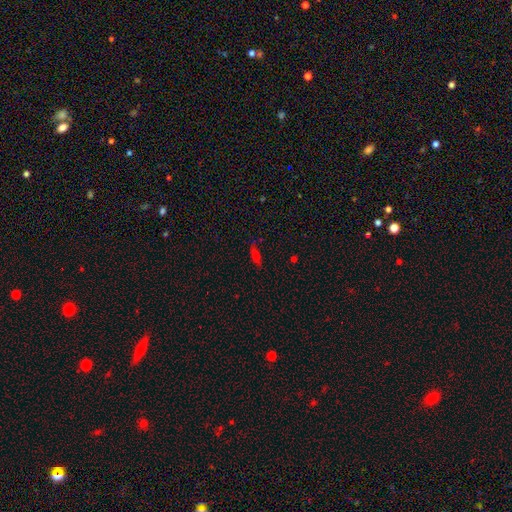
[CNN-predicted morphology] Overall: smooth (60%; featured or disk 23%). How rounded: in between (50%; cigar-shaped 46%). Merging: none (75%).